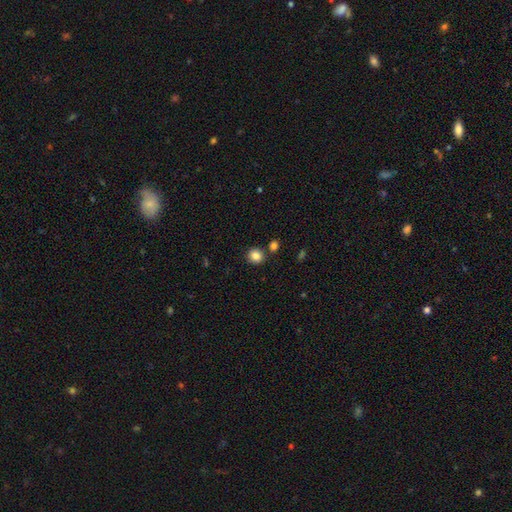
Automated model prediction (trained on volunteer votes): Overall: smooth (84%). How rounded: round (85%). Merging: none (83%).